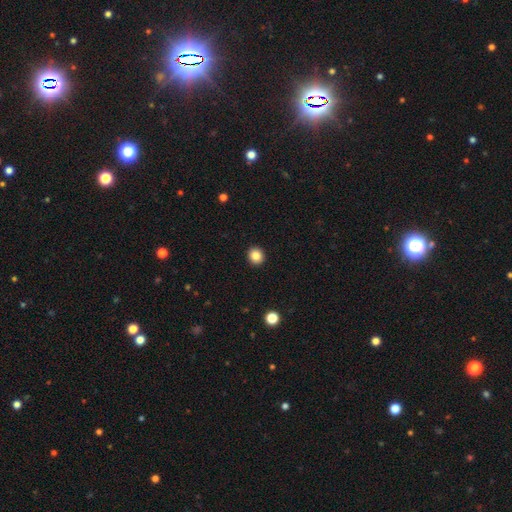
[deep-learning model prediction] Smooth or featured?
  - smooth: 85% *
  - star or artifact: 10%
  - featured or disk: 4%
How rounded?
  - round: 88% *
  - in between: 11%
  - cigar-shaped: 1%
Merging?
  - none: 93% *
  - minor disturbance: 4%
  - major disturbance: 2%
  - merger: 1%